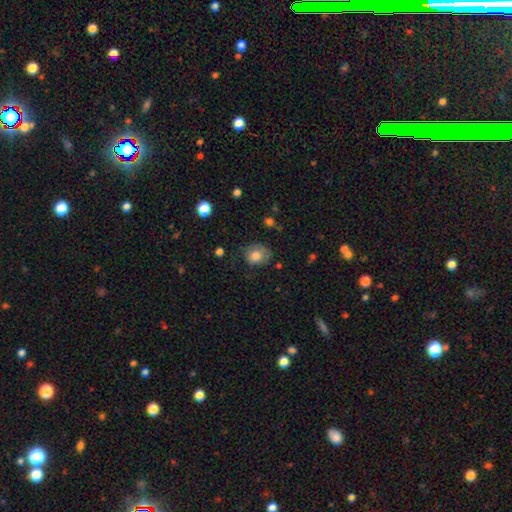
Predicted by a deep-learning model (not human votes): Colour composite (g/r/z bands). It shows a smooth galaxy with no disk features (76%) that is round (54%). Merging: none (58%).